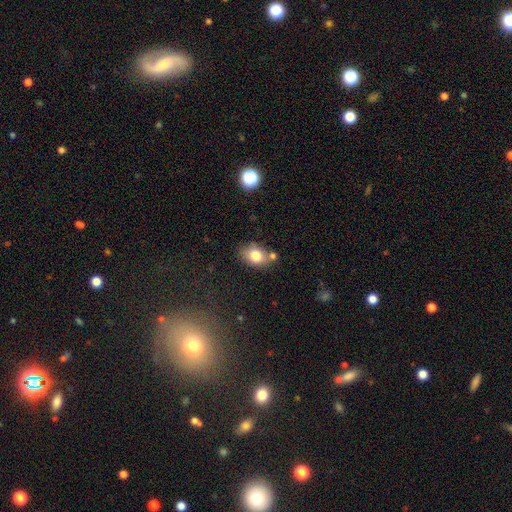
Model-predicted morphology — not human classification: This is likely a smooth galaxy (78%). How rounded: likely in between (73%). Merging: likely none (64%).